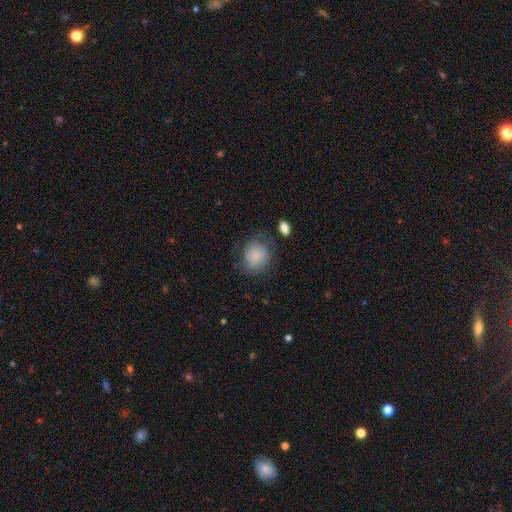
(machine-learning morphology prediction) The model was most divided on "merging": none: 66%, minor disturbance: 21%, major disturbance: 10%, merger: 3%. More confident: smooth or featured — smooth (80%); how rounded — round (77%).